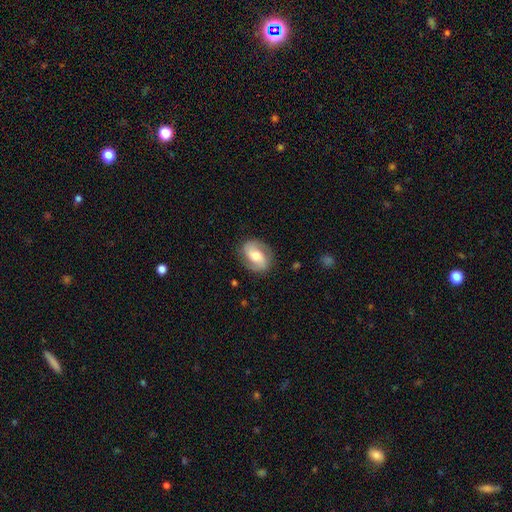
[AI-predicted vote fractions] Smooth or featured? featured or disk (71%)
Edge-on disk? no (97%)
Bar? weak (39%)
Spiral arms? yes (90%)
Spiral winding? medium (47%)
Spiral arm count? 2 (90%)
Bulge size? moderate (63%)
Merging? none (82%)